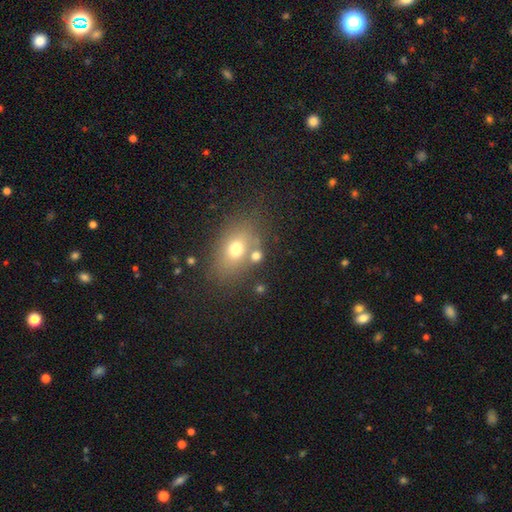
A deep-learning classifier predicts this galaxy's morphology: smooth 67%, featured or disk 18%, star or artifact 15%. Down the decision tree: how rounded — in between (70%); merging — none (63%).